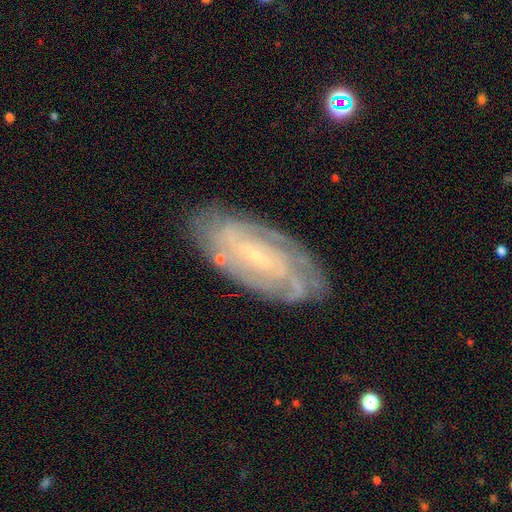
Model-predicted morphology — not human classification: Overall: featured or disk (80%). Edge-on disk: no (92%). Bar: no (41%; weak 40%). Spiral arms: yes (92%). Spiral arm count: can't tell (43%; 2 23%). Spiral winding: tight (67%). Bulge size: small (80%). Merging: none (77%).